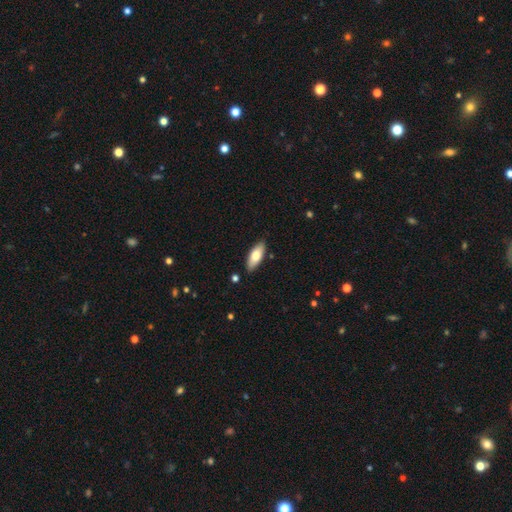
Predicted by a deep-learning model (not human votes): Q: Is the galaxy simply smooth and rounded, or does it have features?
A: smooth — 75%.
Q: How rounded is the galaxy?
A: in between — 78%.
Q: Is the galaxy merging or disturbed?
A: none — 87%.